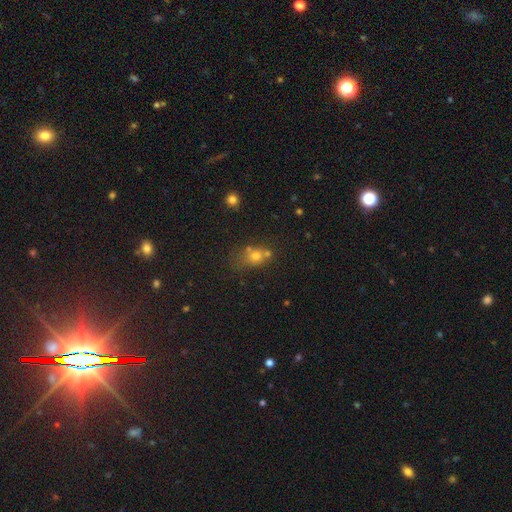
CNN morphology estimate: Smooth or featured?
  - smooth: 64% *
  - star or artifact: 23%
  - featured or disk: 13%
How rounded?
  - round: 60% *
  - in between: 38%
  - cigar-shaped: 2%
Merging?
  - none: 46% *
  - merger: 33%
  - minor disturbance: 14%
  - major disturbance: 7%